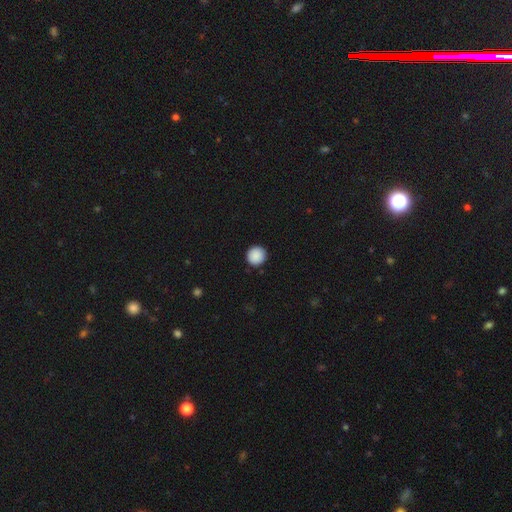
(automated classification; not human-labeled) Smooth or featured?
  - smooth: 89% *
  - star or artifact: 8%
  - featured or disk: 3%
How rounded?
  - round: 95% *
  - in between: 4%
  - cigar-shaped: 1%
Merging?
  - none: 92% *
  - minor disturbance: 6%
  - major disturbance: 2%
  - merger: 1%